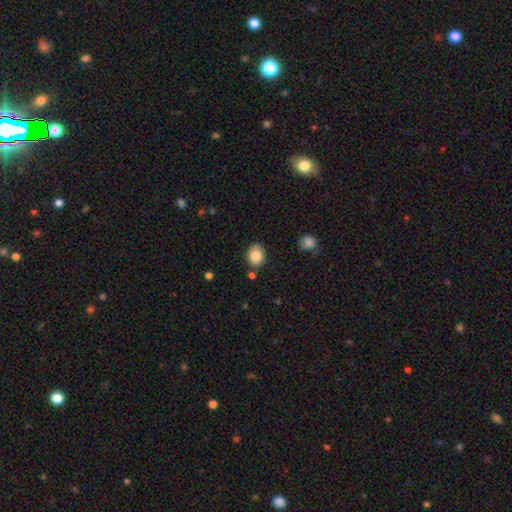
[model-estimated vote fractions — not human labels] The model was most divided on "how rounded": in between: 57%, round: 42%, cigar-shaped: 1%. More confident: smooth or featured — smooth (86%); merging — none (78%).